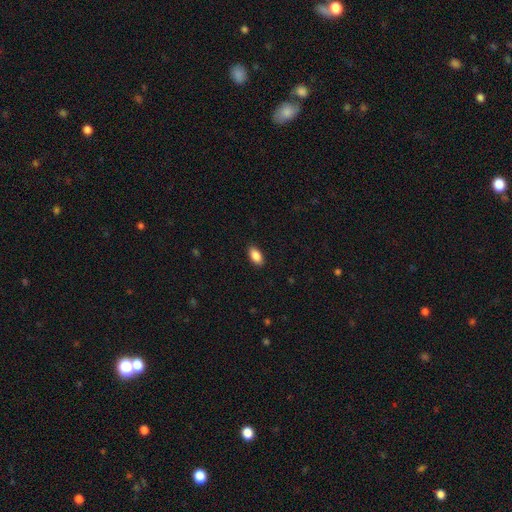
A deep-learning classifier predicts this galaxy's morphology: A smooth galaxy with no disk features (88%) that is in between round and cigar-shaped (92%). Merging: none (88%).